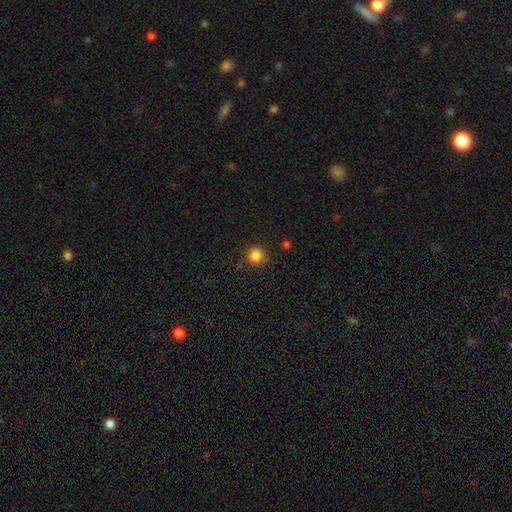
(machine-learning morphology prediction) Smooth or featured?
  - smooth: 84% *
  - star or artifact: 12%
  - featured or disk: 4%
How rounded?
  - round: 94% *
  - in between: 5%
  - cigar-shaped: 1%
Merging?
  - none: 84% *
  - minor disturbance: 11%
  - major disturbance: 3%
  - merger: 2%